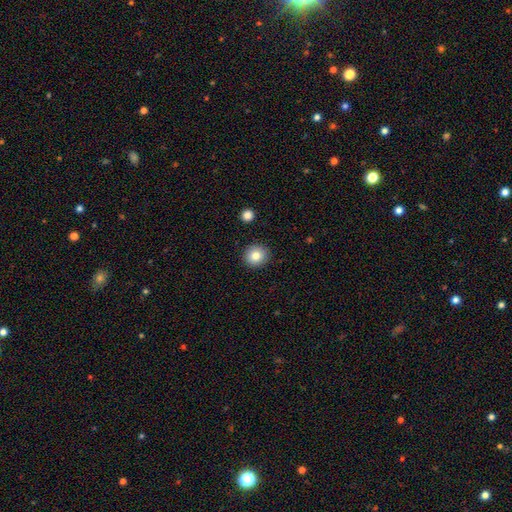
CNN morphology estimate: smooth_or_featured: smooth (p=0.82) [alt: star or artifact p=0.10]
how_rounded: round (p=0.89) [alt: in between p=0.10]
merging: none (p=0.90) [alt: minor disturbance p=0.06]